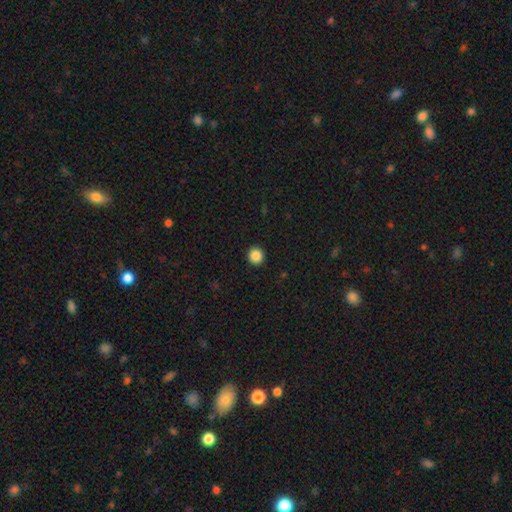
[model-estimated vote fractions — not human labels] Overall: smooth (87%). How rounded: round (94%). Merging: none (93%).